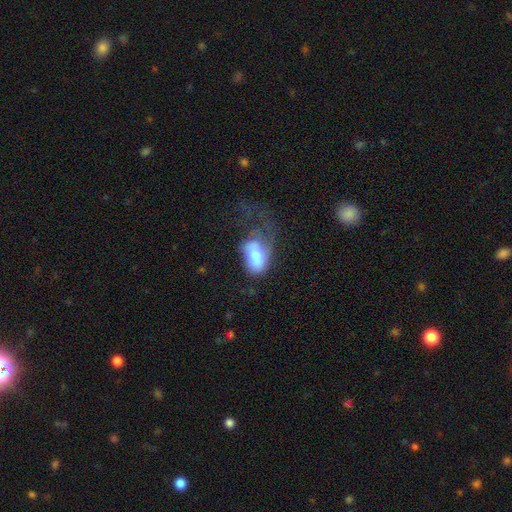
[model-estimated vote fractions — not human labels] A smooth galaxy with no disk features (69%) that is in between round and cigar-shaped (90%).

Vote fractions:
- Smooth or featured? smooth: 69% / featured or disk: 23% / star or artifact: 8%
- How rounded? in between: 90% / round: 8% / cigar-shaped: 2%
- Merging? major disturbance: 55% / minor disturbance: 22% / none: 18% / merger: 4%